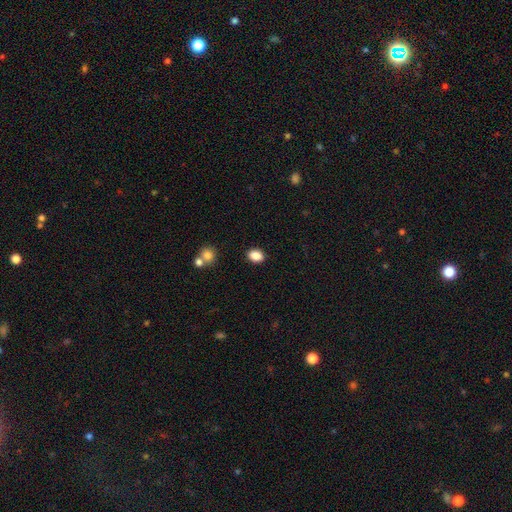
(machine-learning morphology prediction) Smooth or featured? smooth (87%)
How rounded? in between (71%)
Merging? none (88%)